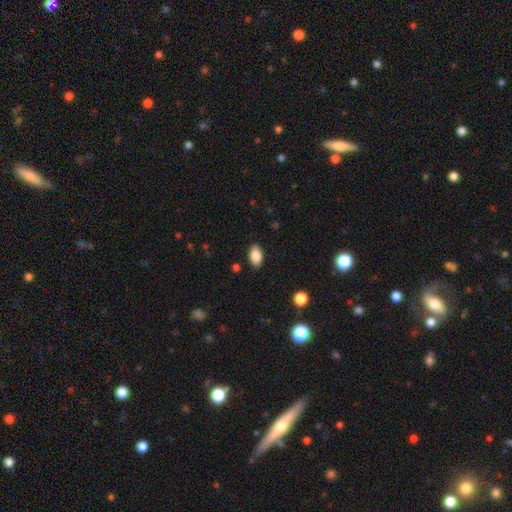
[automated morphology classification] A smooth galaxy with no disk features (86%) that is in between round and cigar-shaped (93%).

Vote fractions:
- Smooth or featured? smooth: 86% / star or artifact: 8% / featured or disk: 6%
- How rounded? in between: 93% / round: 5% / cigar-shaped: 2%
- Merging? none: 88% / minor disturbance: 9% / major disturbance: 2% / merger: 1%